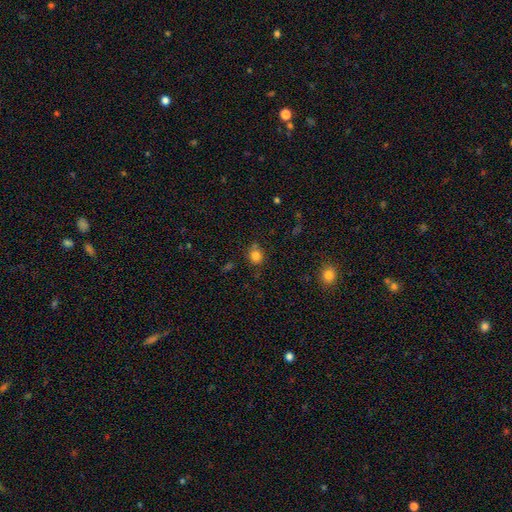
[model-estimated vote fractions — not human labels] Morphology: type=smooth (81%); roundness=round (76%); merging=none (74%).